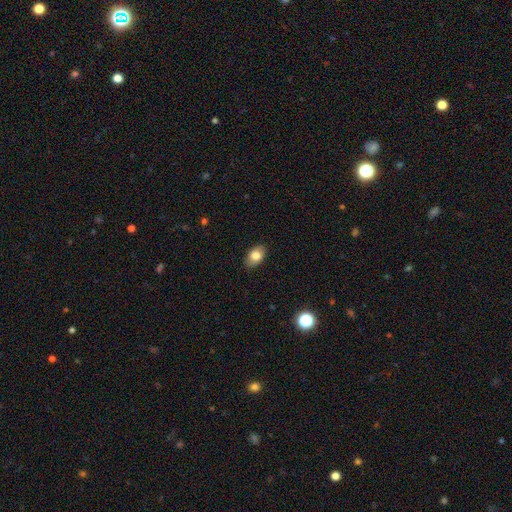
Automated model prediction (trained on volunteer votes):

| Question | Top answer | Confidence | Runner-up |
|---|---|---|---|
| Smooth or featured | smooth | 80% | featured or disk (12%) |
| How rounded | in between | 89% | round (10%) |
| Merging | none | 86% | minor disturbance (11%) |